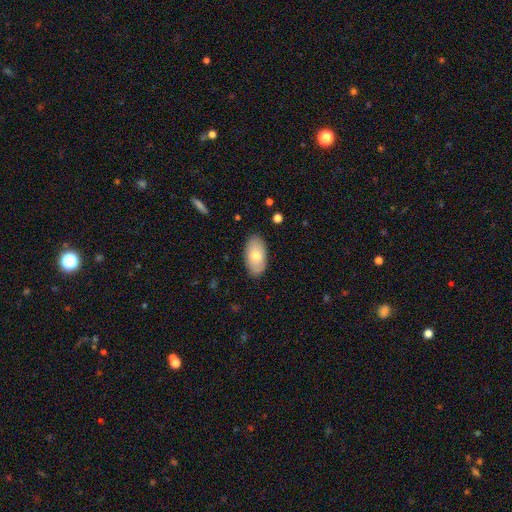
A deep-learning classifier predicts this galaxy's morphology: Smooth or featured? smooth (71%)
How rounded? in between (95%)
Merging? none (86%)